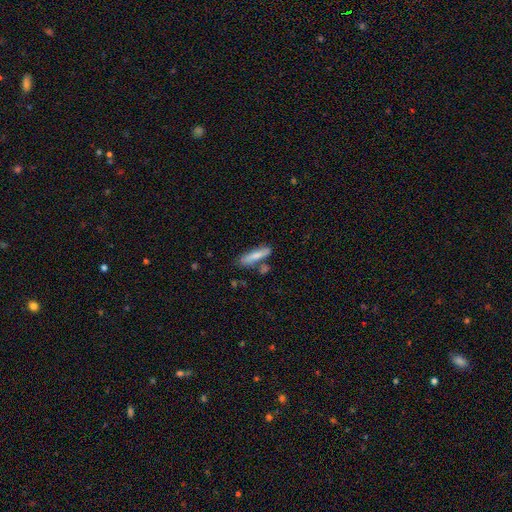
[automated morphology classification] smooth-or-featured: smooth: 72% | featured or disk: 22% | star or artifact: 6%
  how-rounded: cigar-shaped: 71% | in between: 27% | round: 2%
  merging: none: 64% | minor disturbance: 19% | merger: 12% | major disturbance: 5%